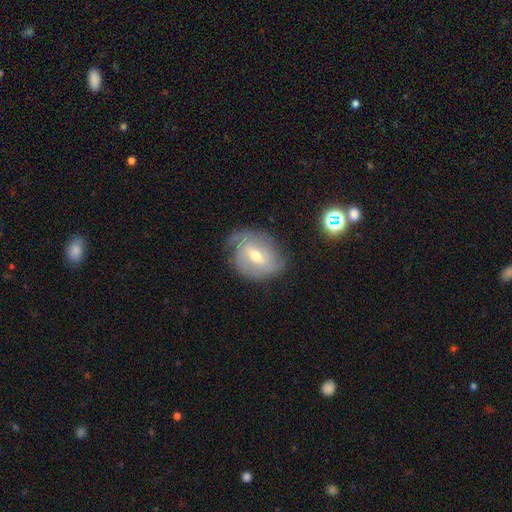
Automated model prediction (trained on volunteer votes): A featured or disk galaxy (70%) with a weak bar (55%), 2 (39%) tight (52%) spiral arms (86%) and a moderate central bulge (64%).

Vote fractions:
- Smooth or featured? featured or disk: 70% / smooth: 21% / star or artifact: 8%
- Edge-on disk? no: 95% / yes: 5%
- Bar? weak: 55% / strong: 23% / no: 22%
- Spiral arms? yes: 86% / no: 14%
- Spiral winding? tight: 52% / medium: 33% / loose: 15%
- Spiral arm count? 2: 39% / can't tell: 35% / 3: 13% / 1: 7% / 4: 4% / more than 4: 3%
- Bulge size? moderate: 64% / small: 31% / large: 3% / none: 1% / dominant: 1%
- Merging? none: 63% / minor disturbance: 26% / major disturbance: 9% / merger: 2%